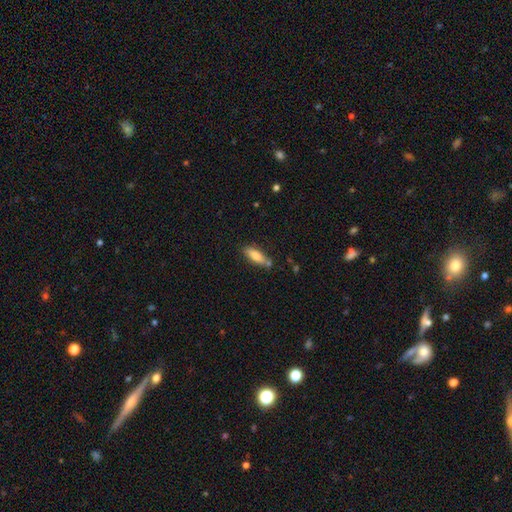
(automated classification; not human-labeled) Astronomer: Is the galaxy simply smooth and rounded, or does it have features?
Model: smooth — 79%.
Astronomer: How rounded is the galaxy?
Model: in between — 57% (runner-up: cigar-shaped, 41%).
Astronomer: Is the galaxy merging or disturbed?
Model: none — 74%.